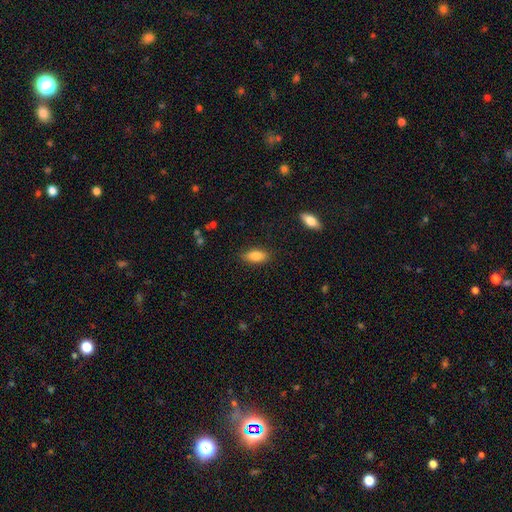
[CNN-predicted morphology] smooth_or_featured: smooth (p=0.85) [alt: featured or disk p=0.08]
how_rounded: in between (p=0.86) [alt: cigar-shaped p=0.11]
merging: none (p=0.85) [alt: minor disturbance p=0.11]